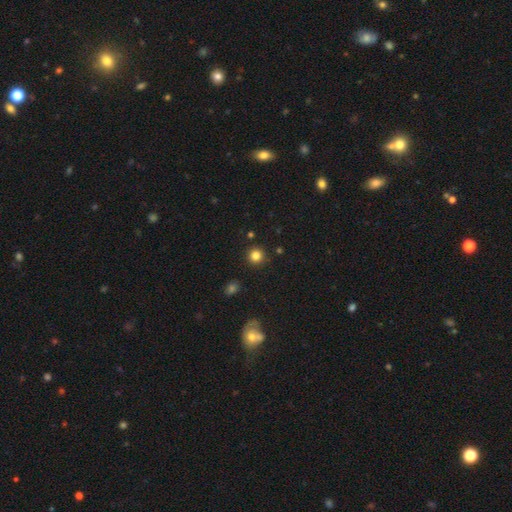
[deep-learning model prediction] smooth-or-featured: smooth: 82% | star or artifact: 13% | featured or disk: 5%
  how-rounded: round: 94% | in between: 5% | cigar-shaped: 1%
  merging: none: 91% | minor disturbance: 5% | merger: 2% | major disturbance: 2%